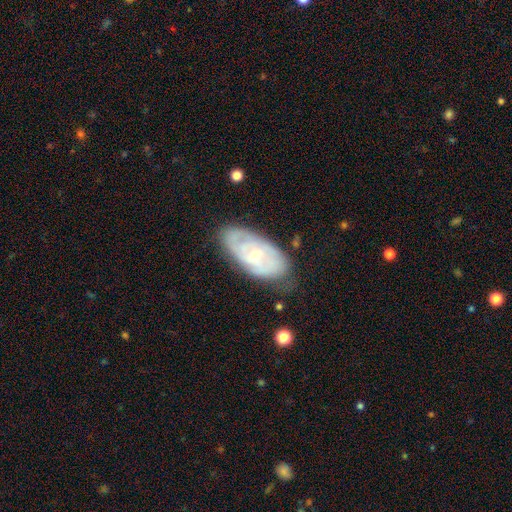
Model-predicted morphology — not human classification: smooth-or-featured: featured or disk: 66% | smooth: 28% | star or artifact: 6%
  disk-edge-on: no: 92% | yes: 8%
    bar: no: 70% | weak: 24% | strong: 5%
    has-spiral-arms: yes: 67% | no: 33%
    bulge-size: small: 61% | moderate: 36% | large: 1% | none: 1% | dominant: 1%
  merging: none: 67% | minor disturbance: 24% | major disturbance: 7% | merger: 2%